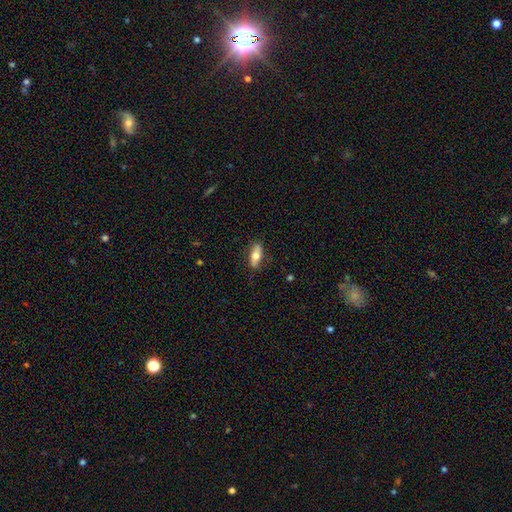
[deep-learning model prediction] Smooth or featured? Predicted: smooth (p=0.65). How rounded? Predicted: in between (p=0.69). Merging? Predicted: none (p=0.82).